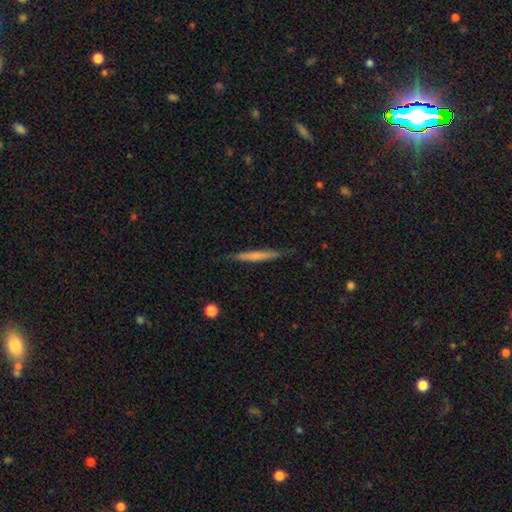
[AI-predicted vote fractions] Q: Smooth or featured?
A: smooth (56%); runner-up: featured or disk (38%)
Q: How rounded?
A: cigar-shaped (96%); runner-up: in between (3%)
Q: Merging?
A: none (86%); runner-up: minor disturbance (11%)